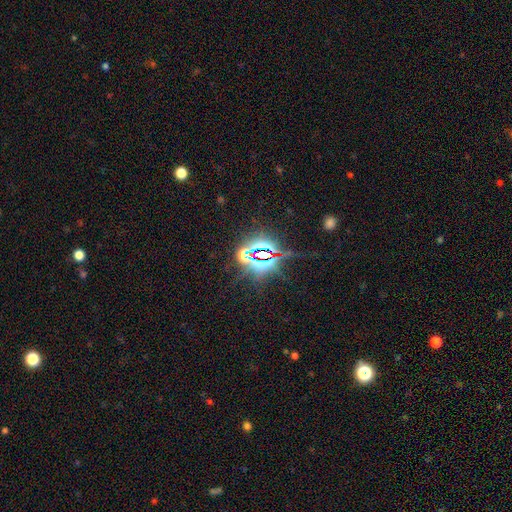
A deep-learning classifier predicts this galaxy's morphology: Smooth or featured: star or artifact — 81% (smooth — 10%)